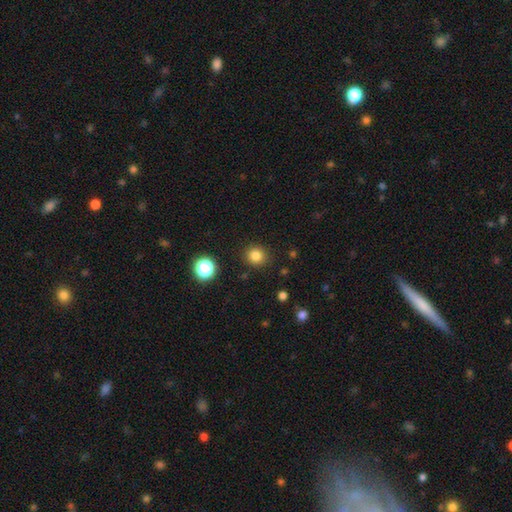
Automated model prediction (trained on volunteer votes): smooth_or_featured: smooth (p=0.82) [alt: star or artifact p=0.13]
how_rounded: round (p=0.89) [alt: in between p=0.10]
merging: none (p=0.89) [alt: minor disturbance p=0.07]